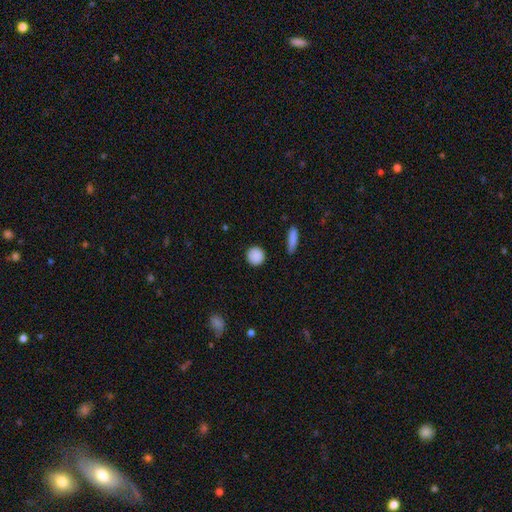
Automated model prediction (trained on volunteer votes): Smooth or featured? Predicted: smooth (p=0.88). How rounded? Predicted: round (p=0.92). Merging? Predicted: none (p=0.89).